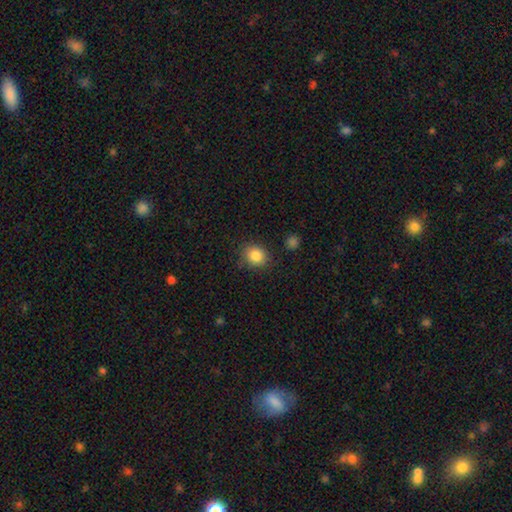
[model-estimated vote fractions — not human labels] smooth_or_featured: smooth (p=0.85) [alt: star or artifact p=0.10]
how_rounded: round (p=0.73) [alt: in between p=0.26]
merging: none (p=0.82) [alt: minor disturbance p=0.12]